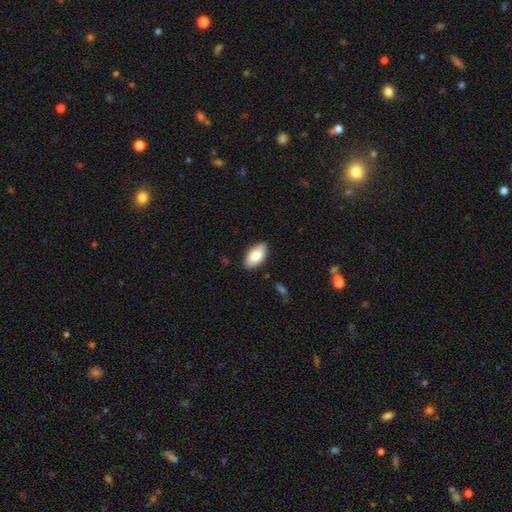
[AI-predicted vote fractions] The model was most divided on "smooth or featured": smooth: 83%, featured or disk: 11%, star or artifact: 6%. More confident: how rounded — in between (95%); merging — none (85%).